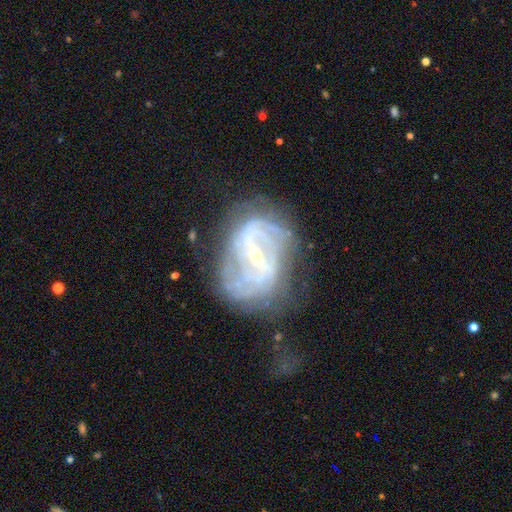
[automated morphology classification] A featured or disk galaxy (83%) with a strong bar (45%), tight (55%) spiral arms (85%) and a small central bulge (64%). Merging: none (58%).